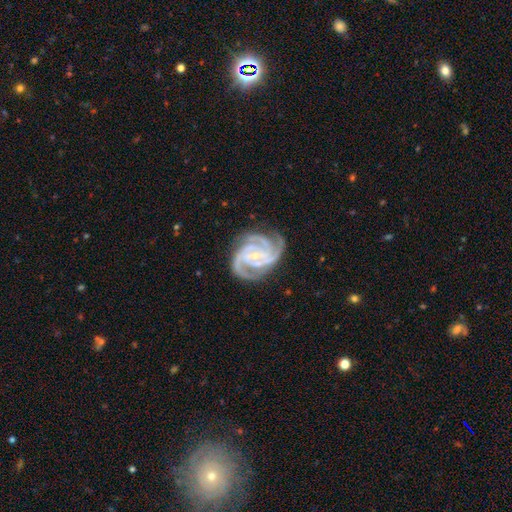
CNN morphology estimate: A featured or disk galaxy (93%) with no bar (45%), 3 (55%) tight (66%) spiral arms (99%) and a small central bulge (72%). Merging: none (73%).